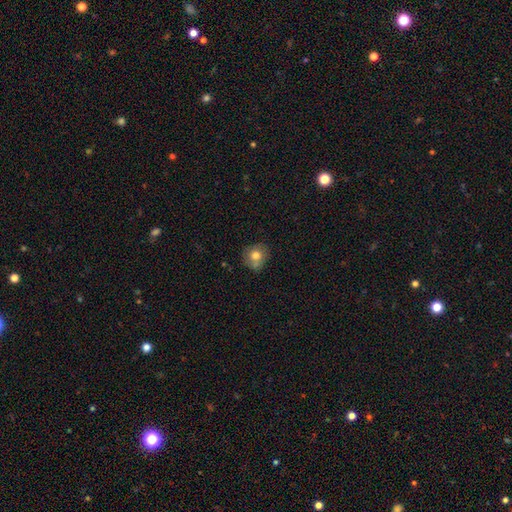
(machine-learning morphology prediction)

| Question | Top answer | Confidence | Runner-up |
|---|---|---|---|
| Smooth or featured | smooth | 74% | featured or disk (17%) |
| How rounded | round | 80% | in between (19%) |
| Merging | none | 69% | minor disturbance (20%) |